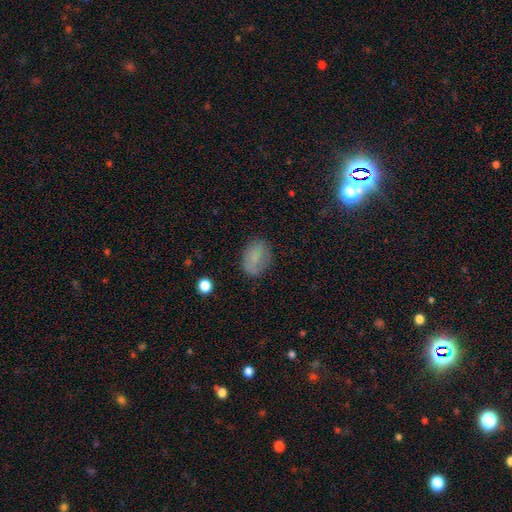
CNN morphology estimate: The model was most divided on "how rounded": in between: 74%, round: 25%, cigar-shaped: 1%. More confident: smooth or featured — smooth (80%); merging — none (76%).